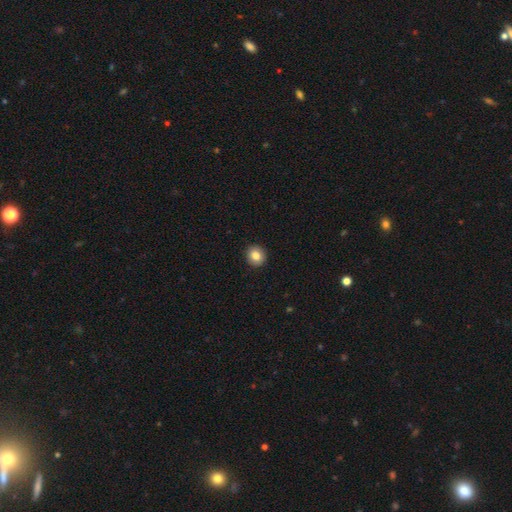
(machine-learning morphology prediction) type=smooth (83%); roundness=round (87%); merging=none (93%).